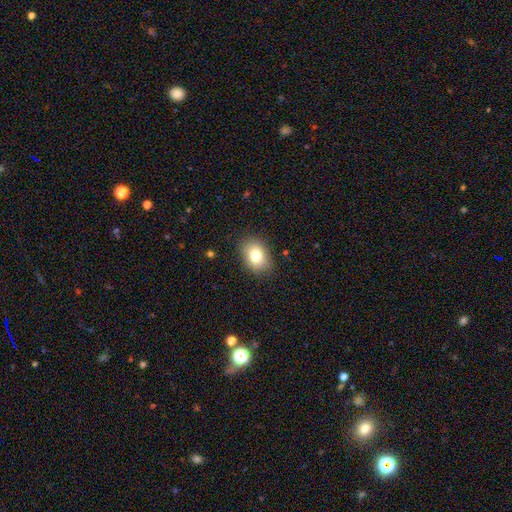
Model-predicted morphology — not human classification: Overall: smooth (79%). How rounded: in between (75%). Merging: none (86%).